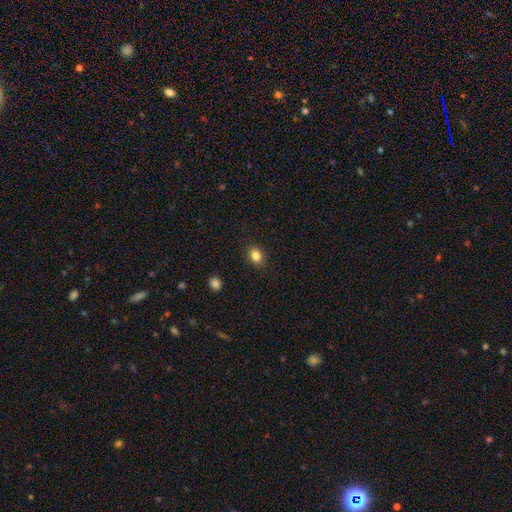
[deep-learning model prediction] Overall: smooth (84%). How rounded: in between (62%; round 36%). Merging: none (88%).